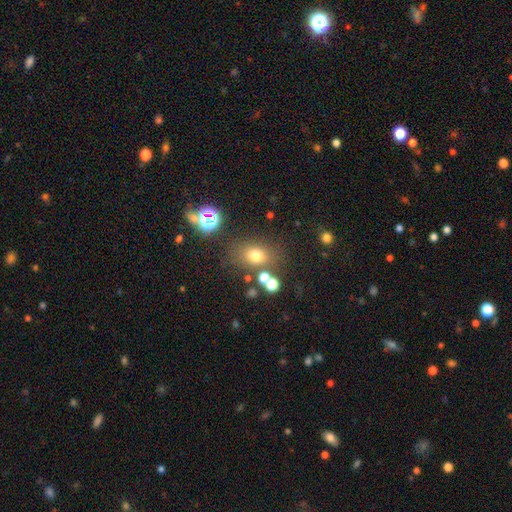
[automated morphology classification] smooth_or_featured: smooth (p=0.69) [alt: star or artifact p=0.19]
how_rounded: in between (p=0.56) [alt: round p=0.42]
merging: none (p=0.70) [alt: minor disturbance p=0.13]